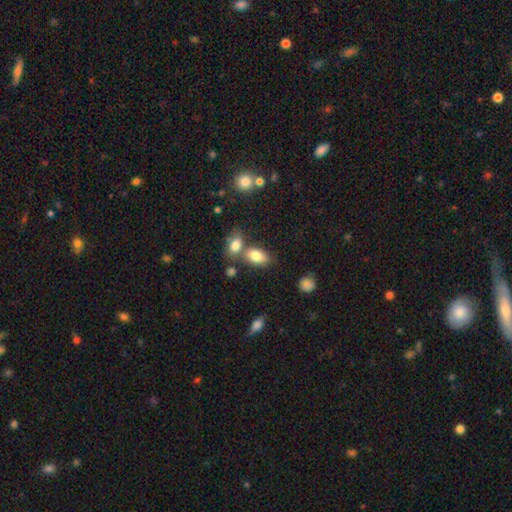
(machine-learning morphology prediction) Smooth or featured? smooth (82%)
How rounded? in between (91%)
Merging? none (52%)